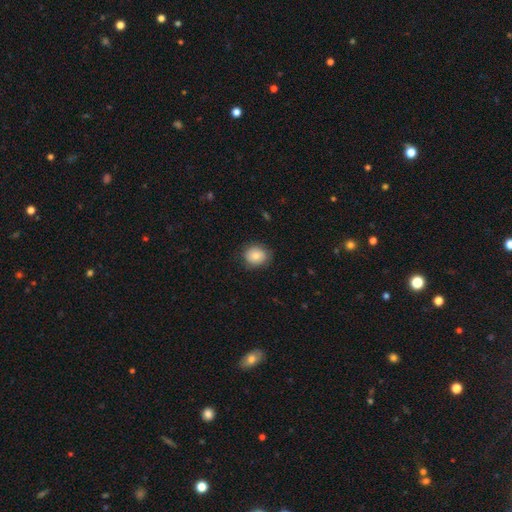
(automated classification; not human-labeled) The model was most divided on "how rounded": round: 72%, in between: 27%, cigar-shaped: 1%. More confident: merging — none (80%); smooth or featured — smooth (78%).